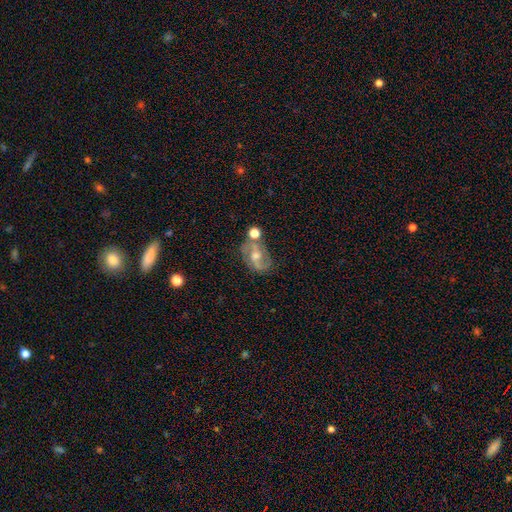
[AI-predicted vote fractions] smooth_or_featured: featured or disk (p=0.73) [alt: smooth p=0.18]
disk_edge_on: no (p=0.96) [alt: yes p=0.04]
bar: no (p=0.45) [alt: weak p=0.41]
has_spiral_arms: yes (p=0.86) [alt: no p=0.14]
spiral_winding: medium (p=0.49) [alt: tight p=0.26]
spiral_arm_count: 2 (p=0.80) [alt: can't tell p=0.10]
bulge_size: moderate (p=0.66) [alt: small p=0.25]
merging: none (p=0.61) [alt: minor disturbance p=0.18]